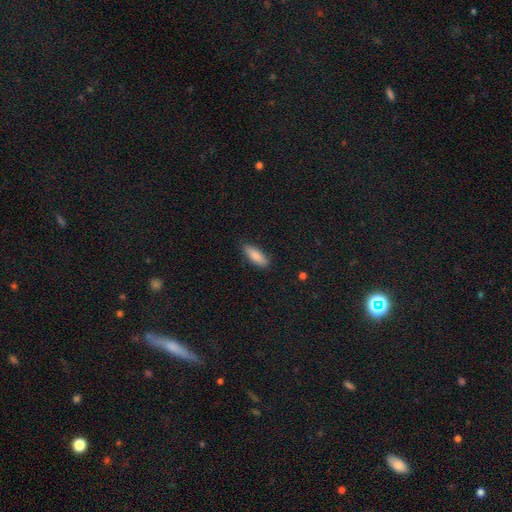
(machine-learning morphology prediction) A smooth galaxy with no disk features (85%) that is in between round and cigar-shaped (63%). Merging: none (84%).